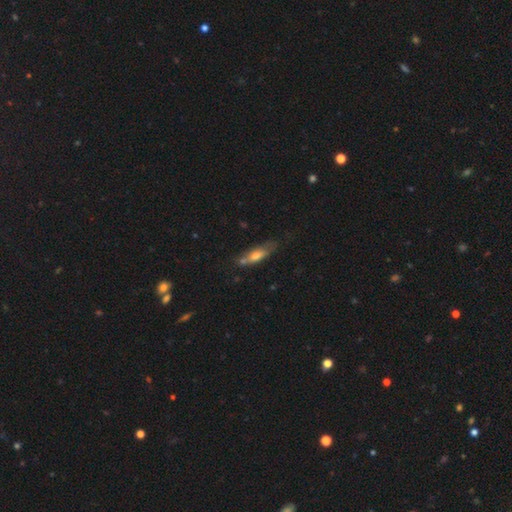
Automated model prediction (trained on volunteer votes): This is likely a smooth galaxy (61%). How rounded: possibly cigar-shaped (53%). Merging: possibly none (51%).